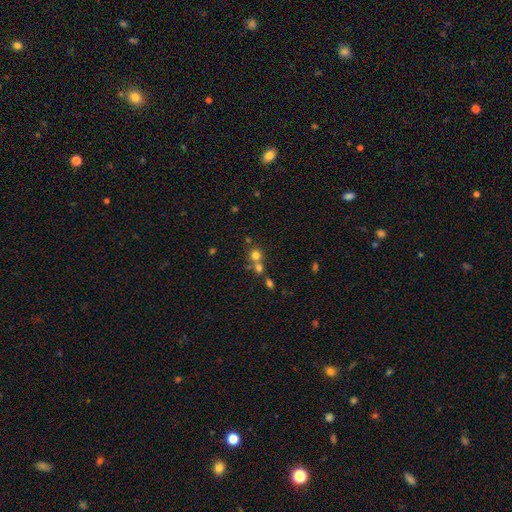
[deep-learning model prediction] The model was most divided on "merging": none: 46%, merger: 44%, minor disturbance: 6%, major disturbance: 4%. More confident: how rounded — round (87%); smooth or featured — smooth (71%).